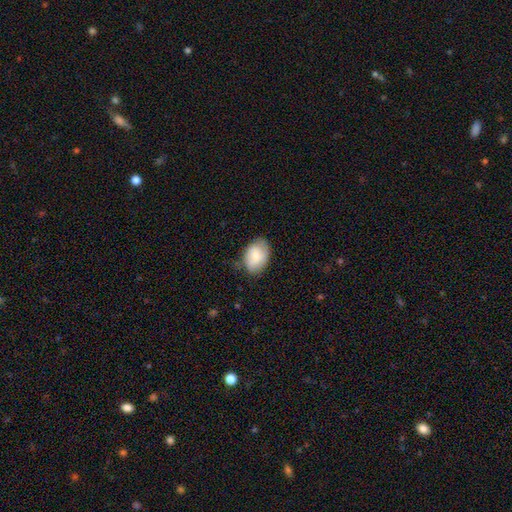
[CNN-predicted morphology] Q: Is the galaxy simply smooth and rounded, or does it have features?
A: smooth — 69%.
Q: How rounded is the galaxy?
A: in between — 81%.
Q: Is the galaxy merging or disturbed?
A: none — 68%.